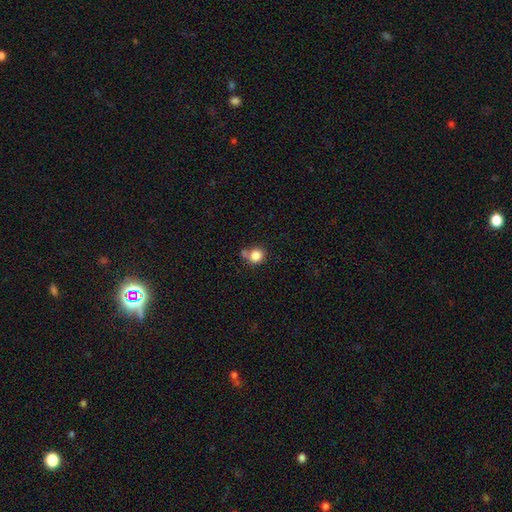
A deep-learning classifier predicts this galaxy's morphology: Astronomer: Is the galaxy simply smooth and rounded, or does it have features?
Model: smooth — 83%.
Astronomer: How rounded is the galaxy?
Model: round — 83%.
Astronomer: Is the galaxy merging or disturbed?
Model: none — 56%.